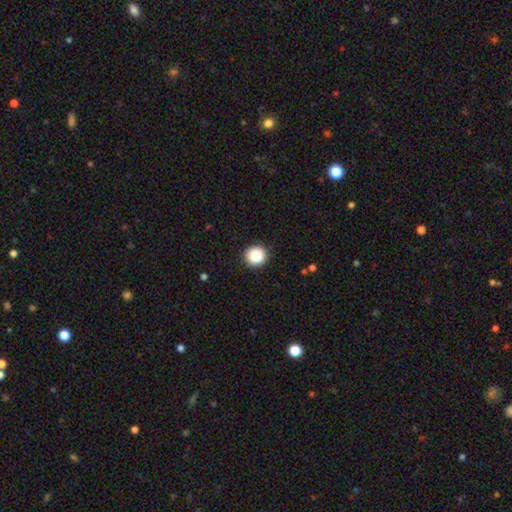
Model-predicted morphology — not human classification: Smooth or featured?
  - smooth: 88% *
  - star or artifact: 9%
  - featured or disk: 3%
How rounded?
  - round: 94% *
  - in between: 5%
  - cigar-shaped: 1%
Merging?
  - none: 92% *
  - minor disturbance: 5%
  - major disturbance: 2%
  - merger: 1%